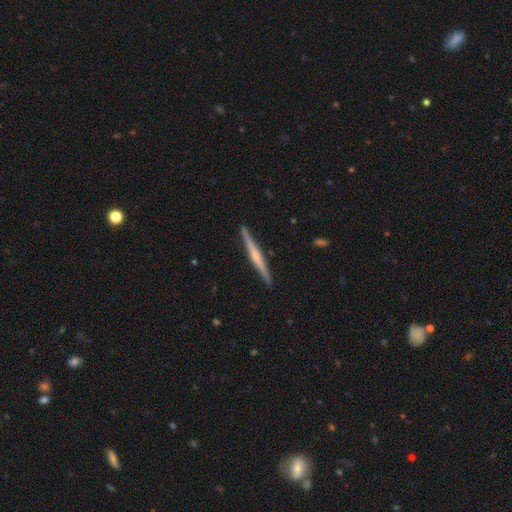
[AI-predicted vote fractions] A featured or disk galaxy (70%) viewed edge-on (98%) with a rounded central bulge (59%).

Vote fractions:
- Smooth or featured? featured or disk: 70% / smooth: 25% / star or artifact: 5%
- Edge-on disk? yes: 98% / no: 2%
- Edge-on bulge? rounded: 59% / none: 31% / boxy: 10%
- Merging? none: 91% / minor disturbance: 6% / major disturbance: 1% / merger: 1%